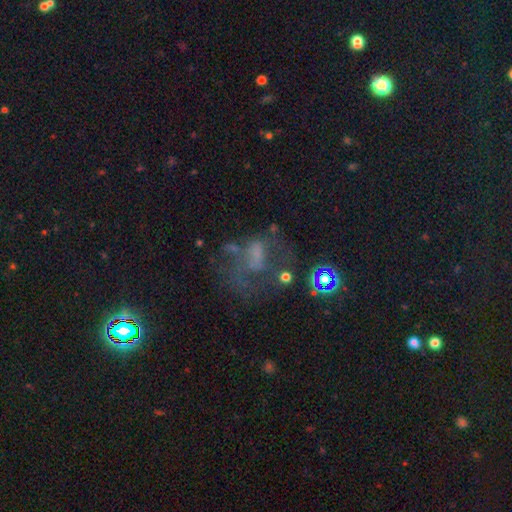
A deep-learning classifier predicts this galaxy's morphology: Smooth or featured: featured or disk — 45% (smooth — 29%)
Merging: major disturbance — 40% (none — 34%)